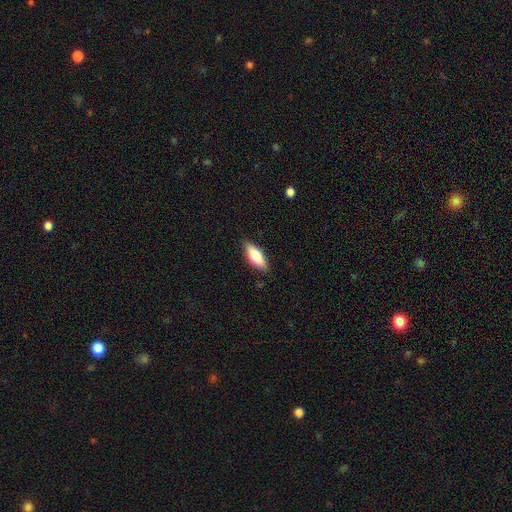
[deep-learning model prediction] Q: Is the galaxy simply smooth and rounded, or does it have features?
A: smooth — 75%.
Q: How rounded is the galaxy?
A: in between — 73%.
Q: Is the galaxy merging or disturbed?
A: none — 86%.